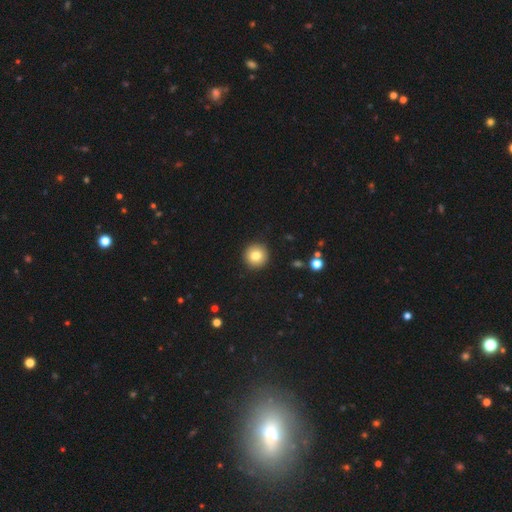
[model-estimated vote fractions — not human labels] smooth-or-featured: smooth: 81% | star or artifact: 10% | featured or disk: 9%
  how-rounded: round: 95% | in between: 4% | cigar-shaped: 1%
  merging: none: 92% | minor disturbance: 5% | major disturbance: 2% | merger: 1%